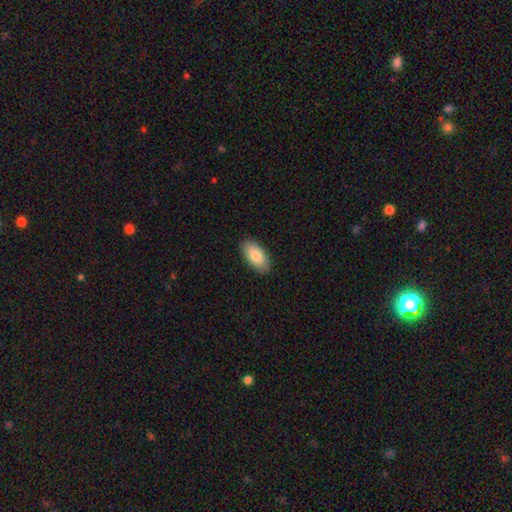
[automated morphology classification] A smooth galaxy with no disk features (84%) that is in between round and cigar-shaped (94%). Merging: none (89%).